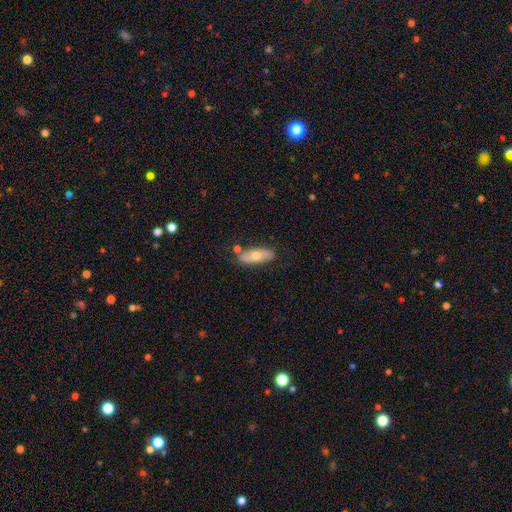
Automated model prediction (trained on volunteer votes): Smooth or featured? Predicted: smooth (p=0.59). How rounded? Predicted: in between (p=0.73). Merging? Predicted: none (p=0.77).